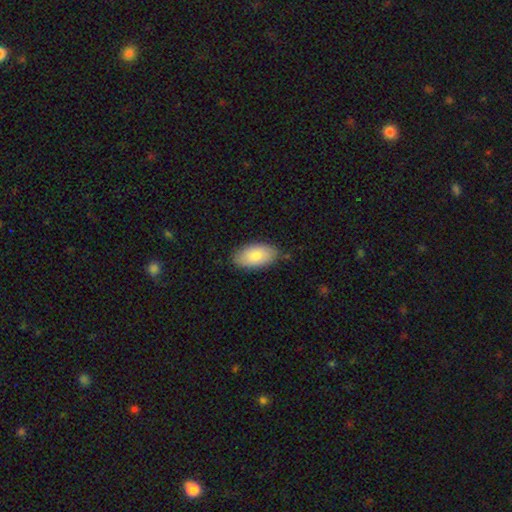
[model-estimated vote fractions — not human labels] Morphology: type=smooth (81%); roundness=in between (95%); merging=none (82%).